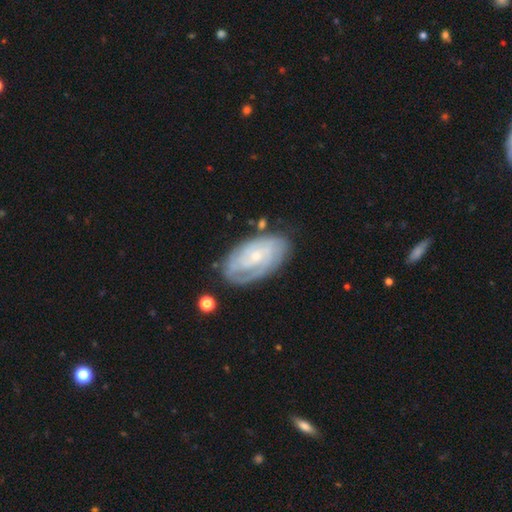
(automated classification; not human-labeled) featured or disk 77%, smooth 17%, star or artifact 6%. Down the decision tree: edge-on disk — no (95%); bar — no (67%); spiral arms — yes (91%); spiral arm count — can't tell (41%); spiral winding — tight (67%); bulge size — small (70%); merging — none (70%).